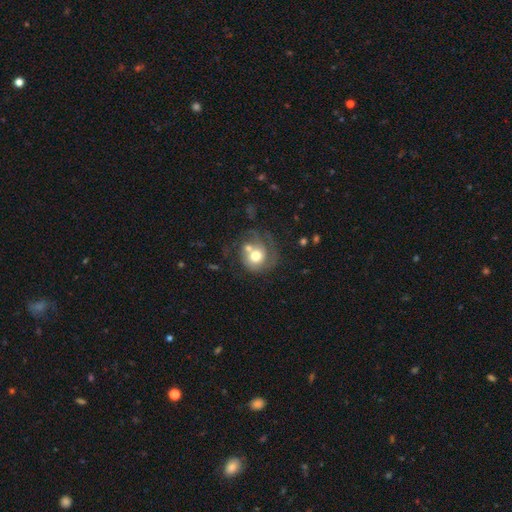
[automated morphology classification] Overall: featured or disk (50%; smooth 42%). Merging: none (36%; merger 25%).